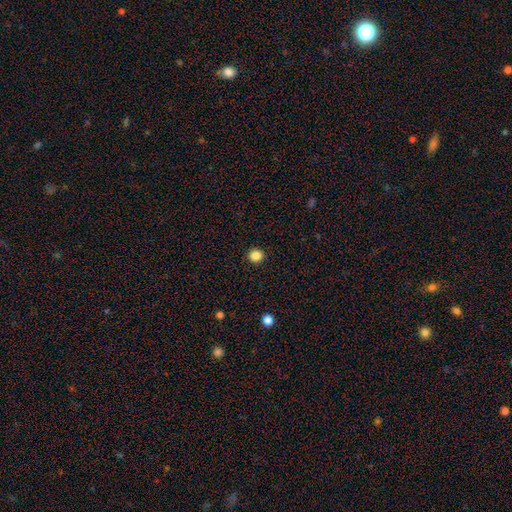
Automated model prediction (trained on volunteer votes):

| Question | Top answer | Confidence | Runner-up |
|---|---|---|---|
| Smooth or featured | smooth | 86% | star or artifact (11%) |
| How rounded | round | 84% | in between (15%) |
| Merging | none | 92% | minor disturbance (5%) |